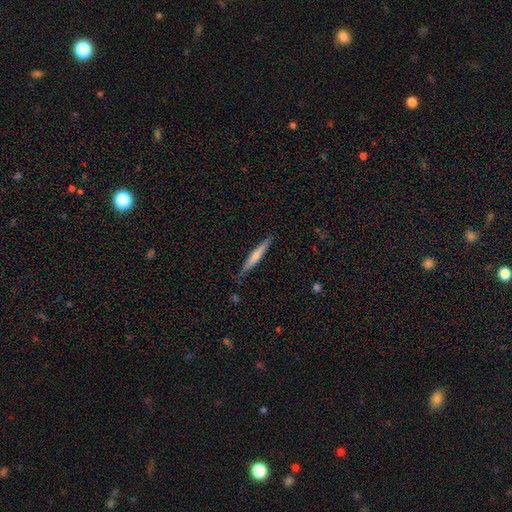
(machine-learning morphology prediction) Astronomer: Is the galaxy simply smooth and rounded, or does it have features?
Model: smooth — 57% (runner-up: featured or disk, 38%).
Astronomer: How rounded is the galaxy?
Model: cigar-shaped — 95%.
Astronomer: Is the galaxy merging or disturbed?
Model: none — 87%.